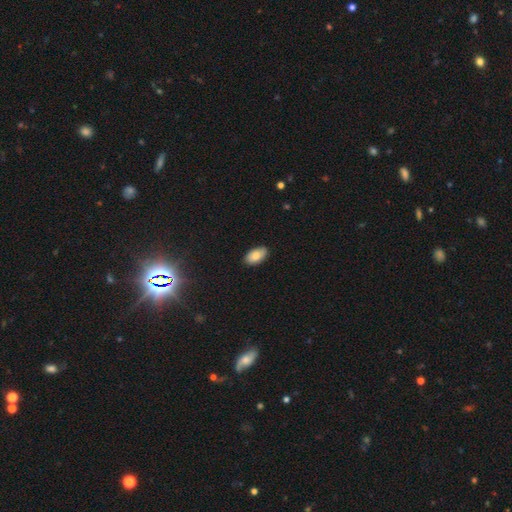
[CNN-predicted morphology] The model was most divided on "smooth or featured": smooth: 81%, featured or disk: 11%, star or artifact: 7%. More confident: how rounded — in between (94%); merging — none (86%).